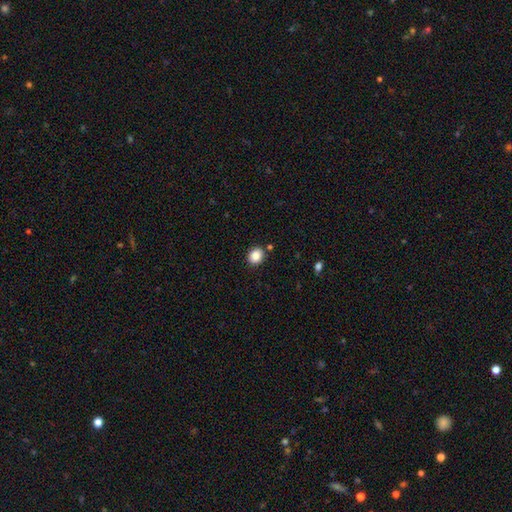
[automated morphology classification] smooth_or_featured: smooth (p=0.87) [alt: star or artifact p=0.09]
how_rounded: round (p=0.65) [alt: in between p=0.35]
merging: none (p=0.87) [alt: minor disturbance p=0.08]